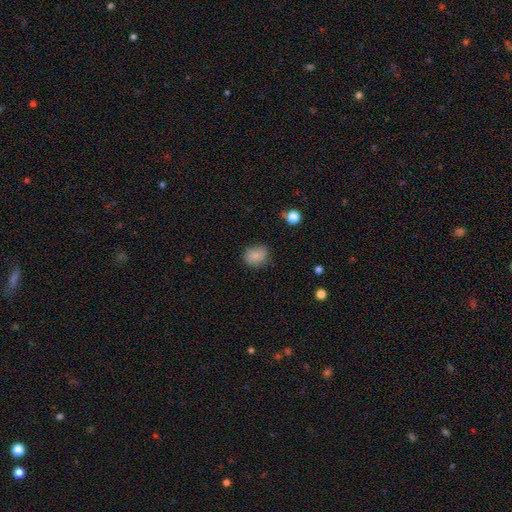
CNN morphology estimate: This is clearly a smooth galaxy (83%). How rounded: possibly round (57%). Merging: likely none (77%).